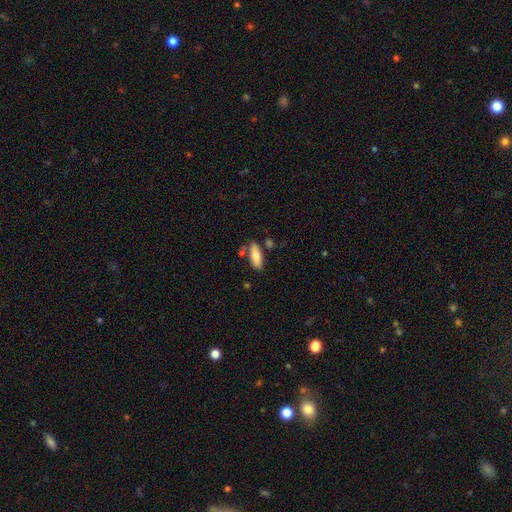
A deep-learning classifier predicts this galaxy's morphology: This is clearly a smooth galaxy (83%). How rounded: likely in between (76%). Merging: likely none (74%).